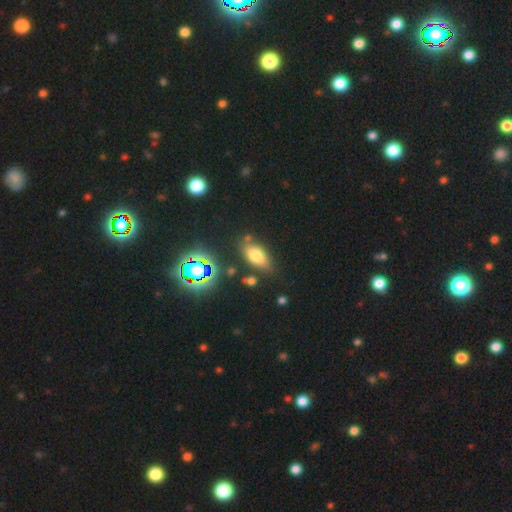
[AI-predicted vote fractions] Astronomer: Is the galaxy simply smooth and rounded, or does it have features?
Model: smooth — 67%.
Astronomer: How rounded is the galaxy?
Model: in between — 82%.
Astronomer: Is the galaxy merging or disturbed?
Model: none — 77%.